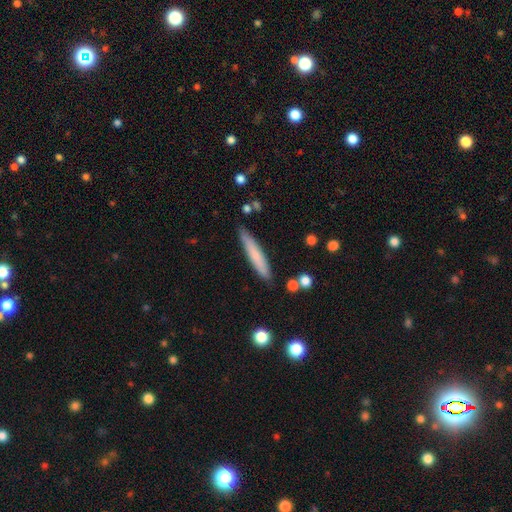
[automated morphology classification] Smooth or featured: smooth — 72% (featured or disk — 22%)
How rounded: cigar-shaped — 92% (in between — 6%)
Merging: none — 85% (minor disturbance — 10%)